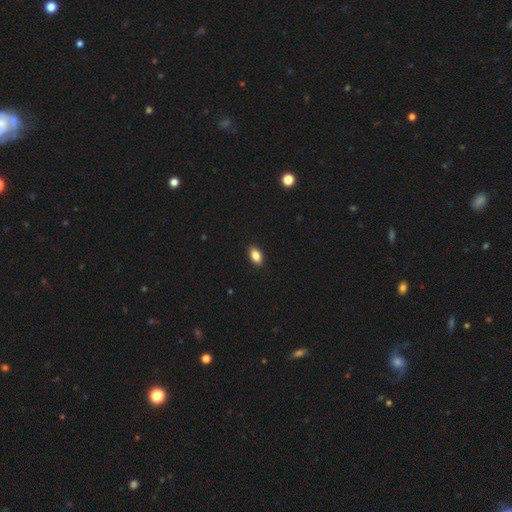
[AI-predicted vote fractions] Overall: smooth (86%). How rounded: in between (89%). Merging: none (90%).